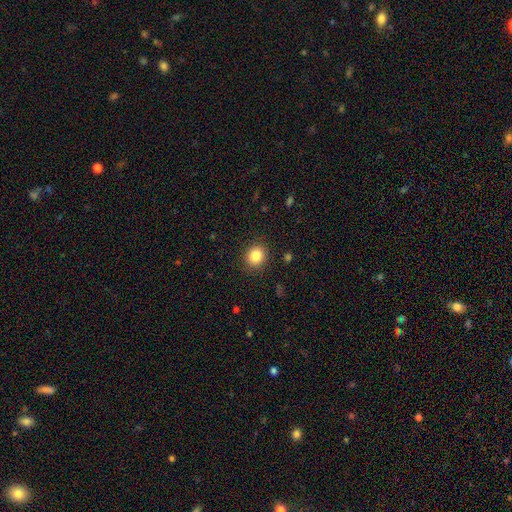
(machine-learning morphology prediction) Smooth or featured? smooth (84%)
How rounded? round (78%)
Merging? none (89%)